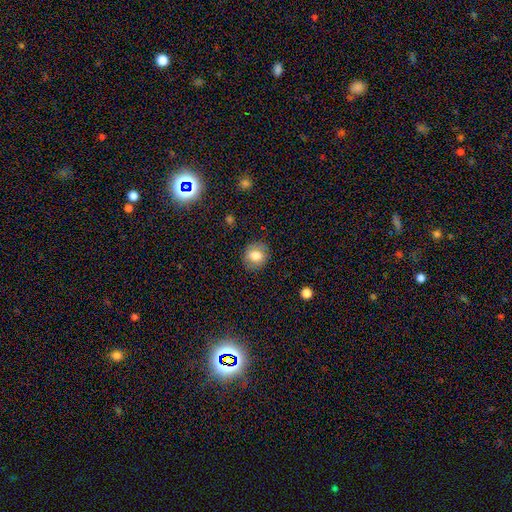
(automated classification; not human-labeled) A smooth galaxy with no disk features (77%) that is round (75%). Merging: none (85%).